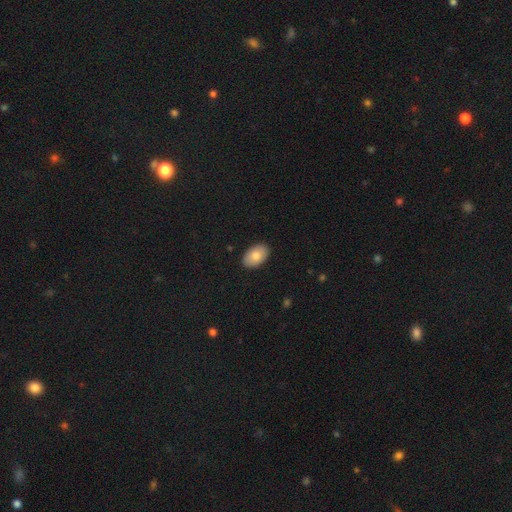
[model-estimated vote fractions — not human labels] Smooth or featured: smooth — 81% (featured or disk — 12%)
How rounded: in between — 92% (round — 7%)
Merging: none — 89% (minor disturbance — 8%)